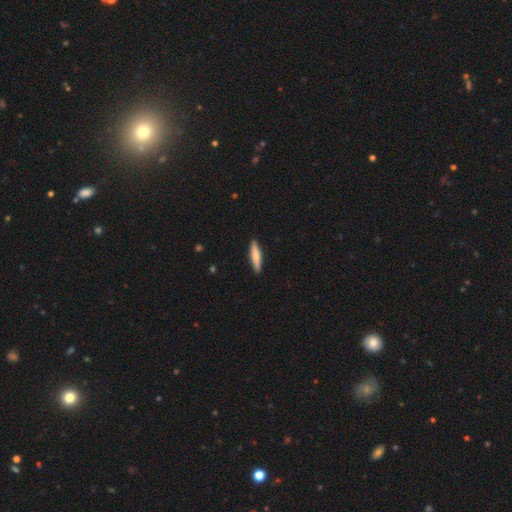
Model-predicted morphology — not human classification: The model was most divided on "smooth or featured": smooth: 73%, featured or disk: 22%, star or artifact: 5%. More confident: merging — none (90%); how rounded — cigar-shaped (85%).